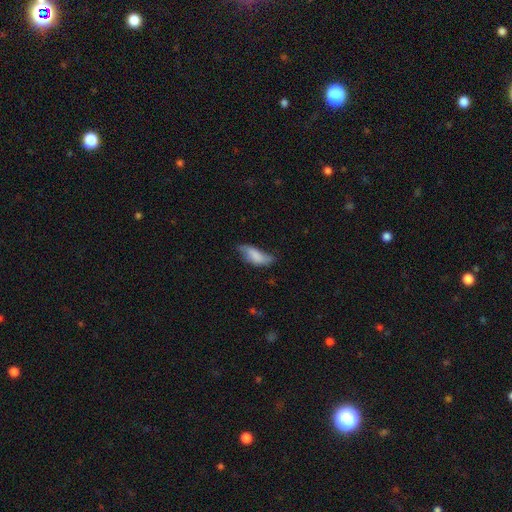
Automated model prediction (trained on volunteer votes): A smooth galaxy with no disk features (73%) that is in between round and cigar-shaped (78%).

Vote fractions:
- Smooth or featured? smooth: 73% / featured or disk: 20% / star or artifact: 8%
- How rounded? in between: 78% / cigar-shaped: 19% / round: 2%
- Merging? none: 42% / minor disturbance: 40% / major disturbance: 16% / merger: 3%